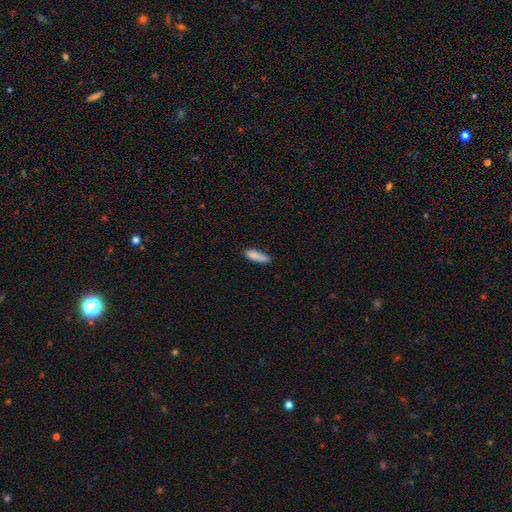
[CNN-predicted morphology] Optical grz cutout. It shows a smooth galaxy with no disk features (84%) that is cigar-shaped (55%). Merging: none (67%).